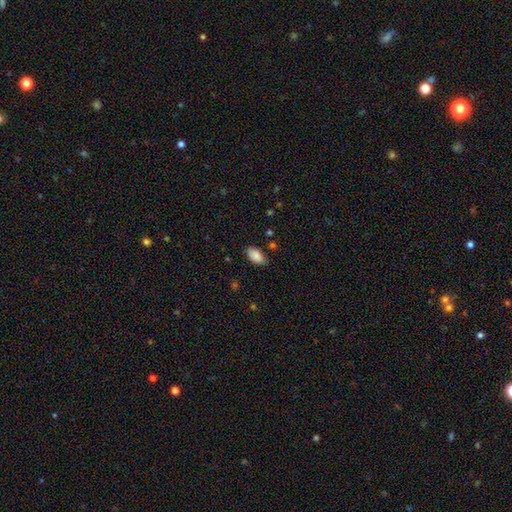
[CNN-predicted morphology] type=smooth (89%); roundness=in between (94%); merging=none (80%).